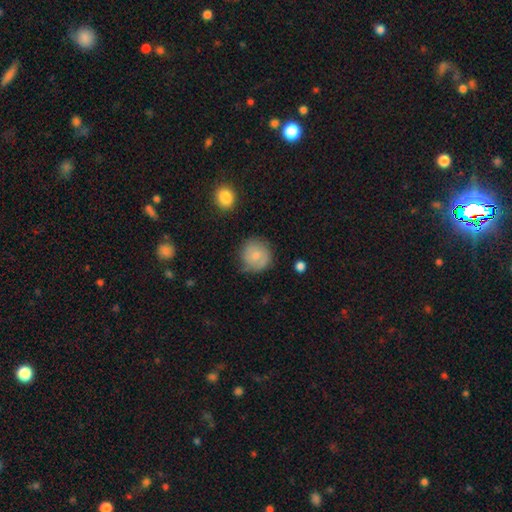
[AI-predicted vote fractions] A smooth galaxy with no disk features (69%) that is round (91%). Merging: none (74%).